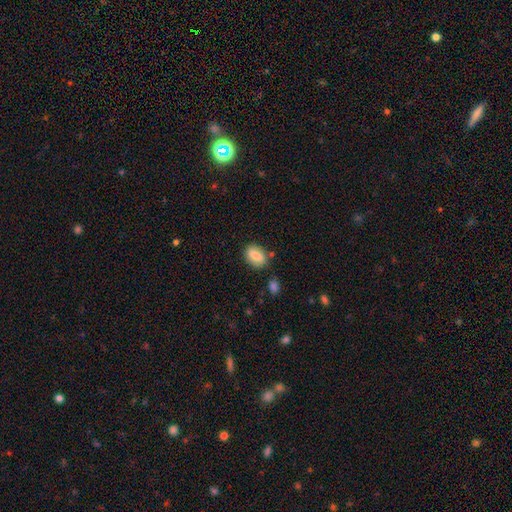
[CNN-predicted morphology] This appears to be a smooth galaxy with no disk features (78%) that is in between round and cigar-shaped (81%). Merging: none (76%).